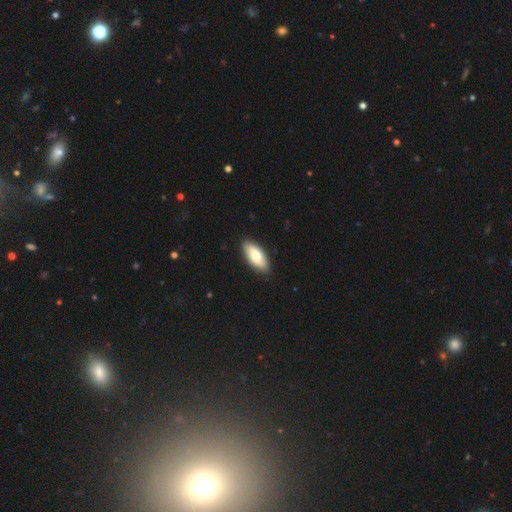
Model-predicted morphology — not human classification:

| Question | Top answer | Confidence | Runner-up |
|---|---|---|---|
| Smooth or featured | smooth | 75% | featured or disk (19%) |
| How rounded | in between | 87% | cigar-shaped (11%) |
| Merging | none | 90% | minor disturbance (8%) |